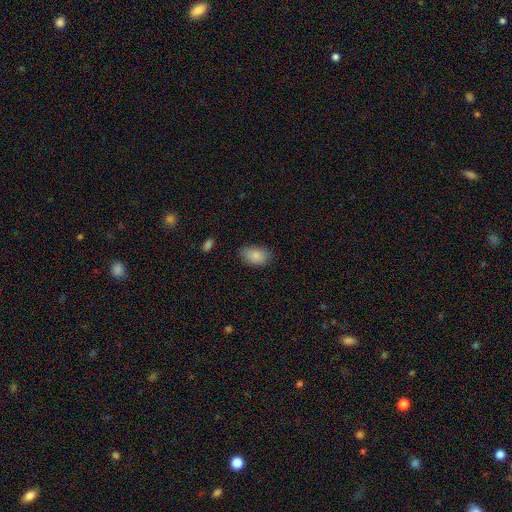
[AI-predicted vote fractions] This is clearly a smooth galaxy (87%). How rounded: clearly in between (90%). Merging: likely none (76%).